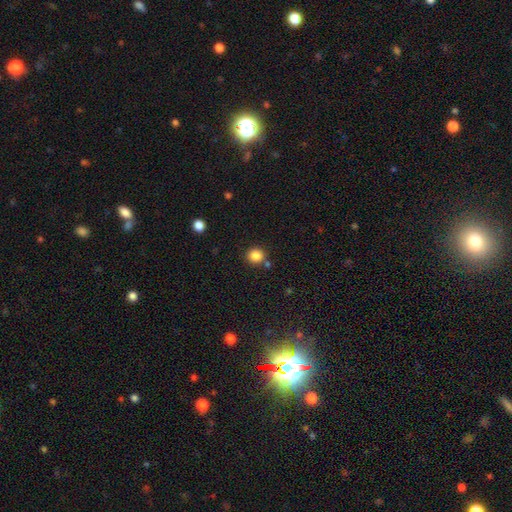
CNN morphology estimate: A smooth galaxy with no disk features (85%) that is round (88%).

Vote fractions:
- Smooth or featured? smooth: 85% / star or artifact: 11% / featured or disk: 4%
- How rounded? round: 88% / in between: 11% / cigar-shaped: 1%
- Merging? none: 80% / merger: 9% / minor disturbance: 8% / major disturbance: 3%